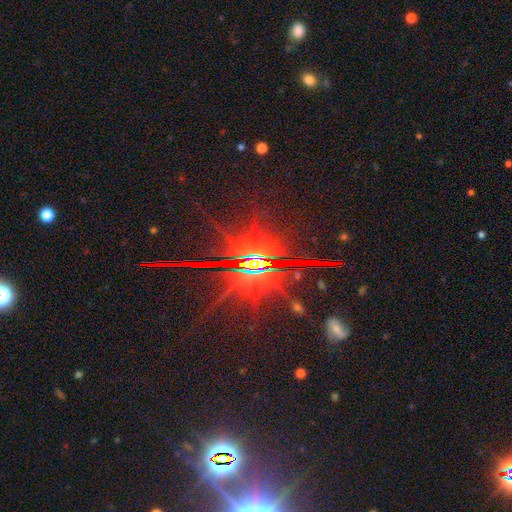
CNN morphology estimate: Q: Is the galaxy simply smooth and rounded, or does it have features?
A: star or artifact — 78%.